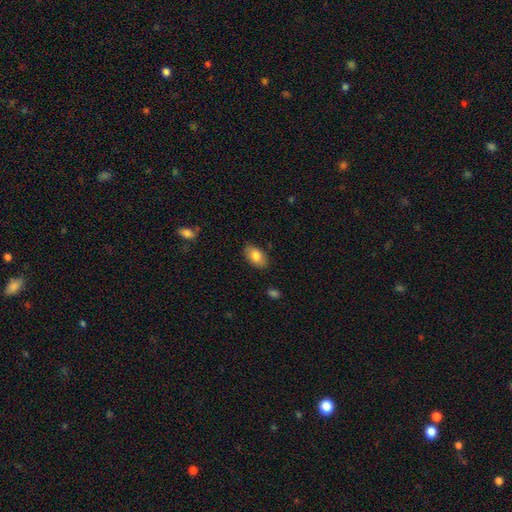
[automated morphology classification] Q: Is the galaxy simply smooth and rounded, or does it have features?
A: smooth — 81%.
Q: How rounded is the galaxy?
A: in between — 92%.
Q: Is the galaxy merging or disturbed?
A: none — 85%.